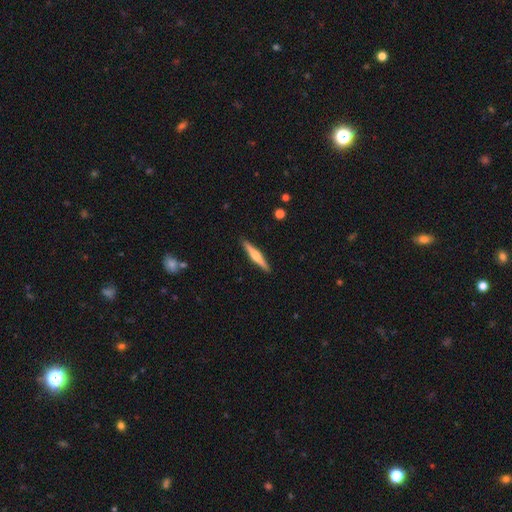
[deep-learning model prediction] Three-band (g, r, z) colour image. It shows a featured or disk galaxy (58%) viewed edge-on (98%) with a rounded central bulge (80%). Merging: none (92%).